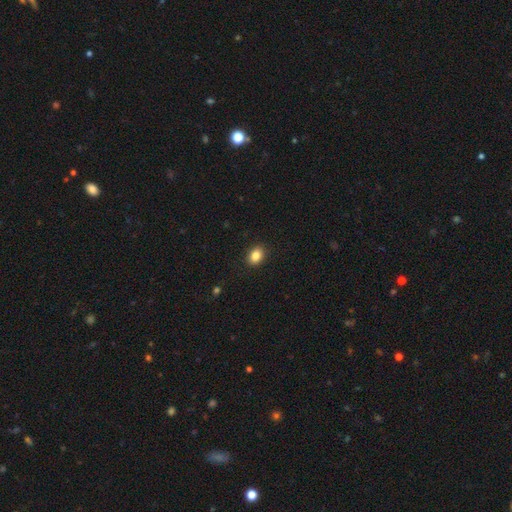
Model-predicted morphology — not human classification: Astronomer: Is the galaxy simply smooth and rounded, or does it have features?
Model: smooth — 85%.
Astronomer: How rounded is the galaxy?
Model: in between — 67%.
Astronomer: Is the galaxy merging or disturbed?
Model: none — 90%.